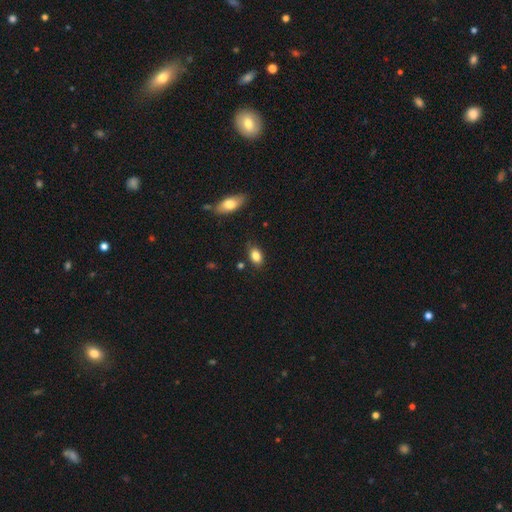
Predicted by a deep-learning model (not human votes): A smooth galaxy with no disk features (84%) that is in between round and cigar-shaped (86%).

Vote fractions:
- Smooth or featured? smooth: 84% / star or artifact: 8% / featured or disk: 8%
- How rounded? in between: 86% / round: 11% / cigar-shaped: 3%
- Merging? none: 79% / minor disturbance: 15% / major disturbance: 3% / merger: 3%